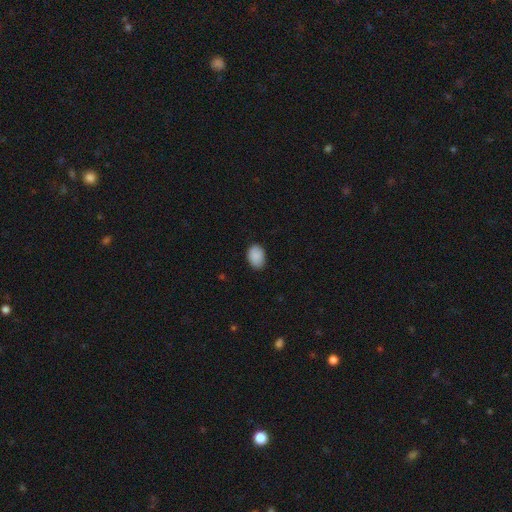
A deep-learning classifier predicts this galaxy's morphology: Smooth or featured?
  - smooth: 90% *
  - star or artifact: 7%
  - featured or disk: 3%
How rounded?
  - in between: 79% *
  - round: 20%
  - cigar-shaped: 1%
Merging?
  - none: 84% *
  - minor disturbance: 13%
  - major disturbance: 2%
  - merger: 1%